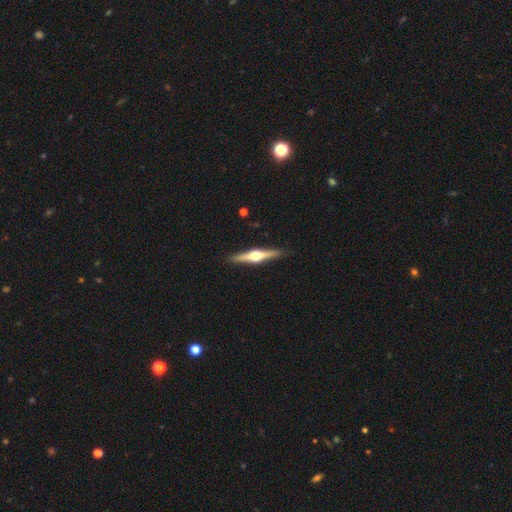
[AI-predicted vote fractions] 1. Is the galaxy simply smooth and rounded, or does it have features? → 77% featured or disk, 18% smooth, 5% star or artifact.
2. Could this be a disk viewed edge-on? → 98% yes, 2% no.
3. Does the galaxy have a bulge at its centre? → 95% rounded, 3% boxy, 2% none.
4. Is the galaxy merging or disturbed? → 91% none, 6% minor disturbance, 1% major disturbance, 1% merger.